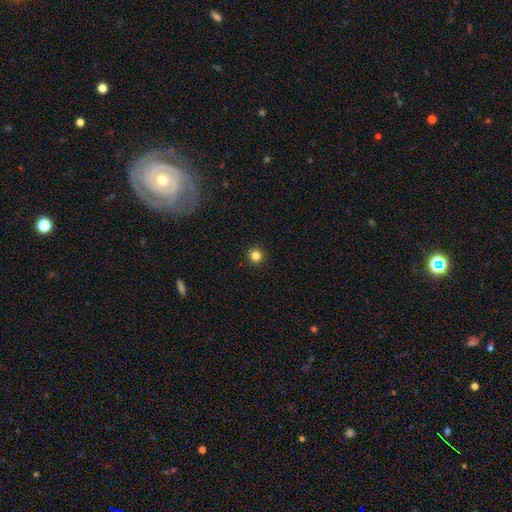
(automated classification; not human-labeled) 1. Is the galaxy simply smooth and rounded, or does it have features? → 83% smooth, 13% star or artifact, 4% featured or disk.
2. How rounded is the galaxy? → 96% round, 4% in between, 1% cigar-shaped.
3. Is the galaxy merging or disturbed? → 93% none, 4% minor disturbance, 2% major disturbance, 1% merger.